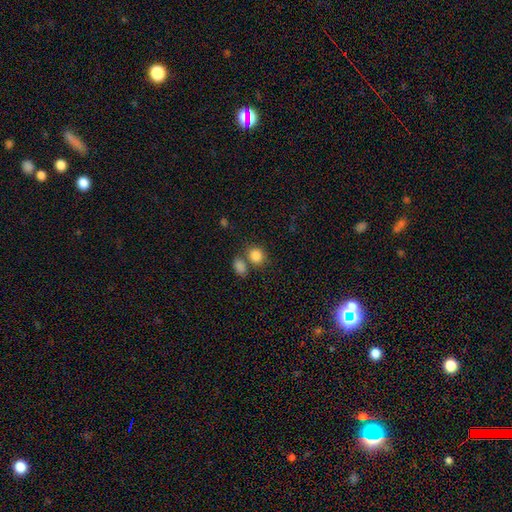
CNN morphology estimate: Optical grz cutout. It shows a smooth galaxy with no disk features (85%) that is round (62%). Merging: none (56%).